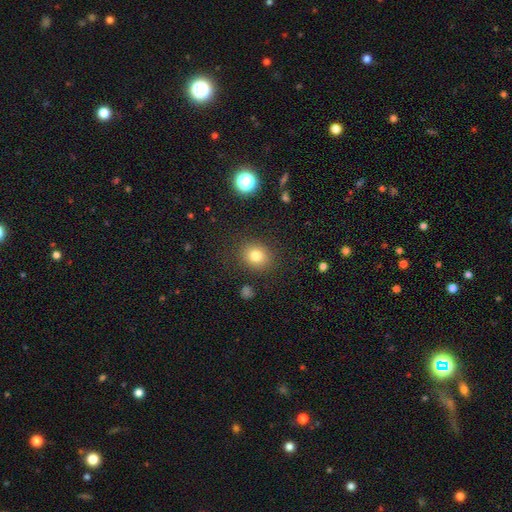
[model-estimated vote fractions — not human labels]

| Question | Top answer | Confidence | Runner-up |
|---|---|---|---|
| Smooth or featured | smooth | 79% | star or artifact (13%) |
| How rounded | round | 74% | in between (25%) |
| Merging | none | 87% | minor disturbance (8%) |